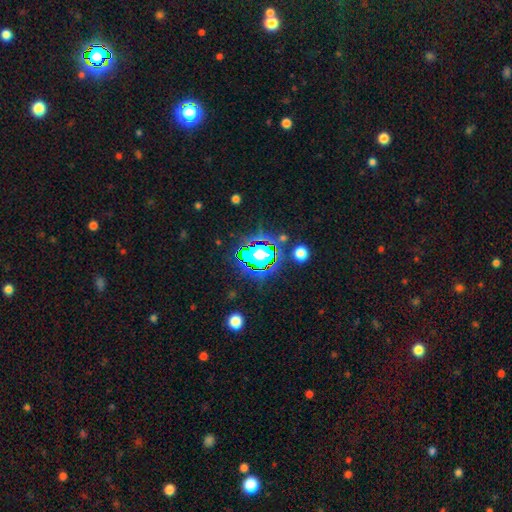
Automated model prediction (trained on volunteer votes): Q: Smooth or featured?
A: star or artifact (70%); runner-up: smooth (19%)